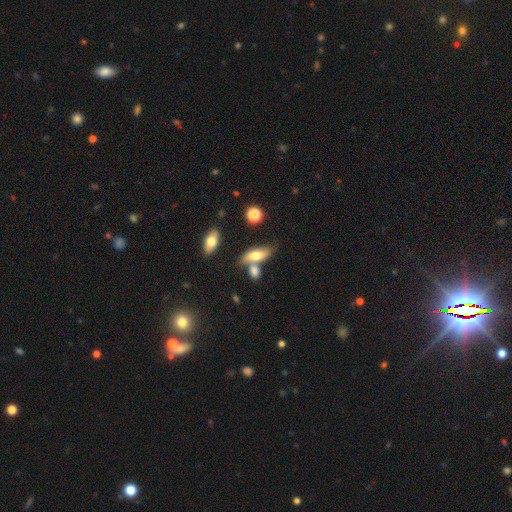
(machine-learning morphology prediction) Smooth or featured: smooth — 62% (featured or disk — 29%)
How rounded: in between — 73% (cigar-shaped — 23%)
Merging: none — 48% (merger — 30%)